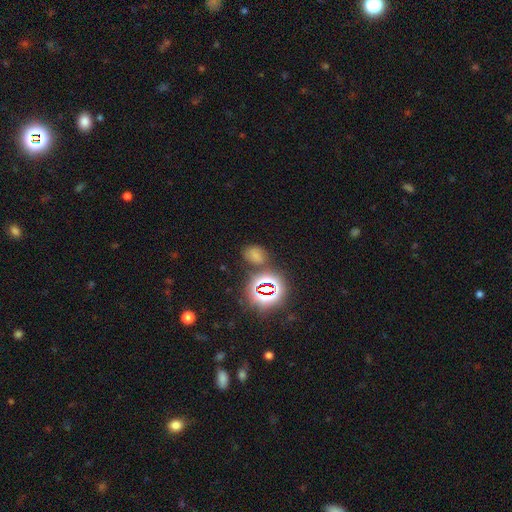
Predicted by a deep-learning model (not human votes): Morphology: type=smooth (53%); roundness=in between (63%); merging=none (65%).